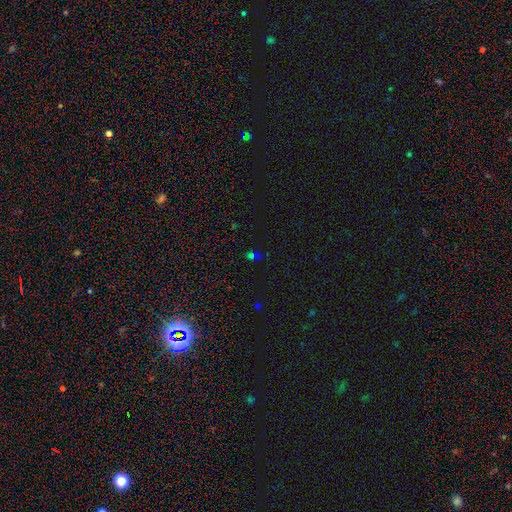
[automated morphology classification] This appears to be a star or artifact, not a galaxy (46%, tied with smooth).